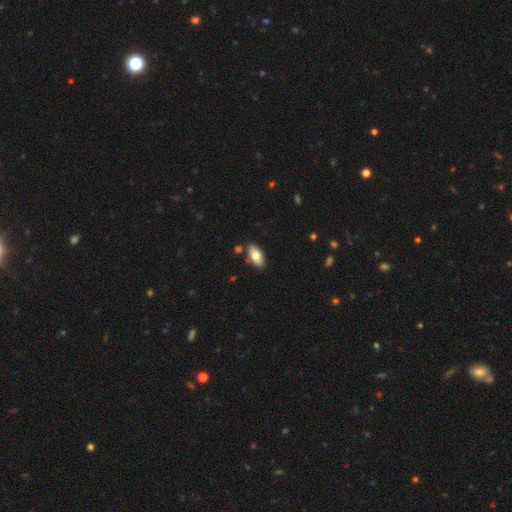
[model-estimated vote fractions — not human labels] smooth-or-featured: smooth: 75% | featured or disk: 18% | star or artifact: 6%
  how-rounded: in between: 92% | cigar-shaped: 5% | round: 3%
  merging: none: 84% | minor disturbance: 10% | merger: 4% | major disturbance: 2%